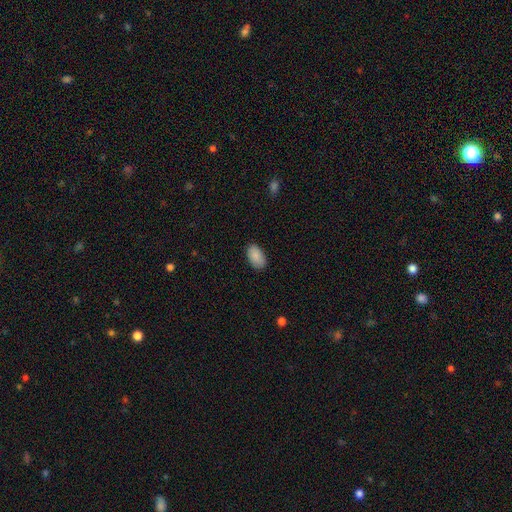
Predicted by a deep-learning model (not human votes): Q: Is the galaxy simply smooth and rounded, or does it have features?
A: smooth — 88%.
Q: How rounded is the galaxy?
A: in between — 94%.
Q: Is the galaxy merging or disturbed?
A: none — 85%.